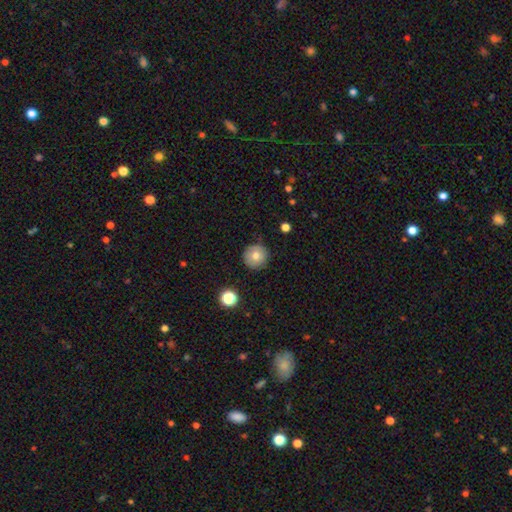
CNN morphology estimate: smooth_or_featured: smooth (p=0.75) [alt: featured or disk p=0.15]
how_rounded: round (p=0.95) [alt: in between p=0.04]
merging: none (p=0.88) [alt: minor disturbance p=0.09]